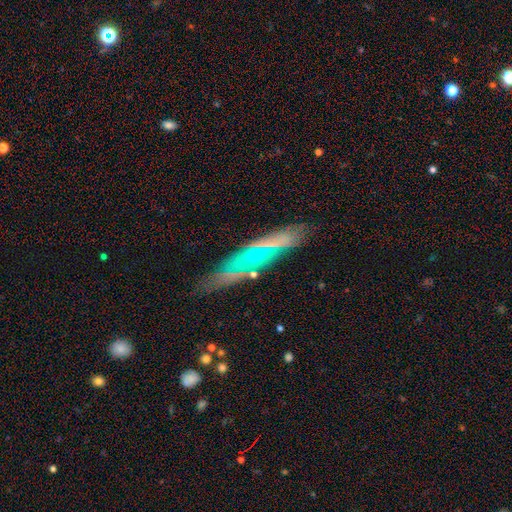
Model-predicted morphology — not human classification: Smooth or featured? Predicted: featured or disk (p=0.62). Edge-on disk? Predicted: yes (p=0.66). Merging? Predicted: none (p=0.77).